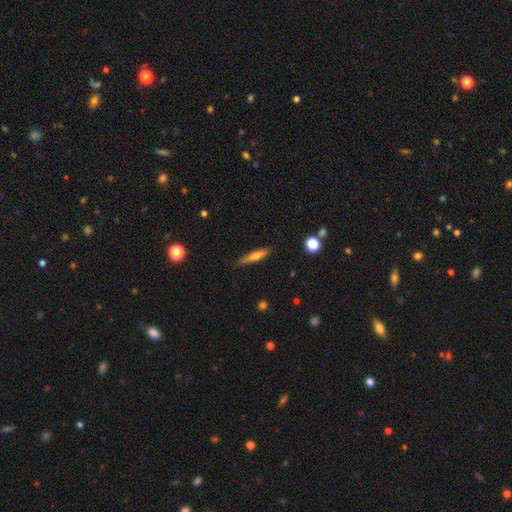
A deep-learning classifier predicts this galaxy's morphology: This is possibly a smooth galaxy (59%). How rounded: clearly cigar-shaped (86%). Merging: clearly none (84%).